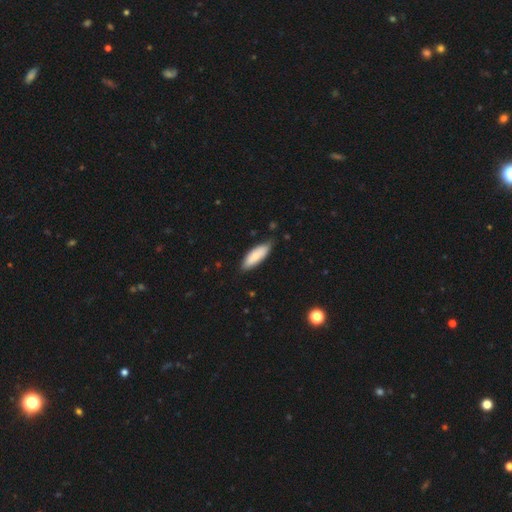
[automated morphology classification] Smooth or featured? smooth (80%)
How rounded? in between (66%)
Merging? none (77%)